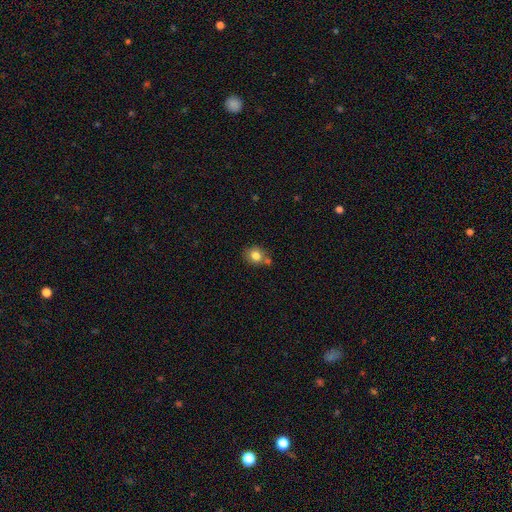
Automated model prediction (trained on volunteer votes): smooth-or-featured: smooth: 81% | star or artifact: 10% | featured or disk: 9%
  how-rounded: round: 73% | in between: 26% | cigar-shaped: 1%
  merging: none: 59% | merger: 22% | minor disturbance: 15% | major disturbance: 4%